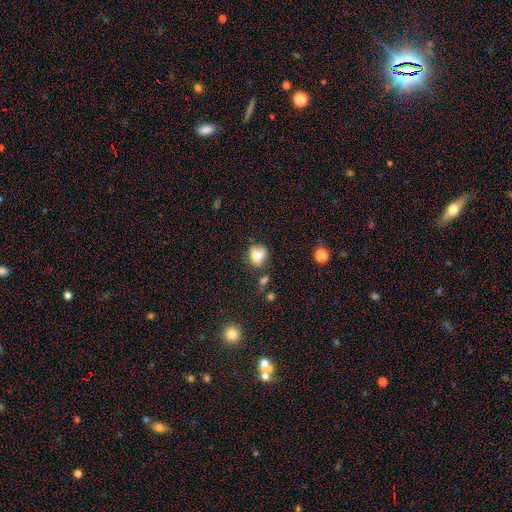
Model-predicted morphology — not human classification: Overall: smooth (75%). How rounded: round (62%; in between 36%). Merging: none (53%; minor disturbance 25%).